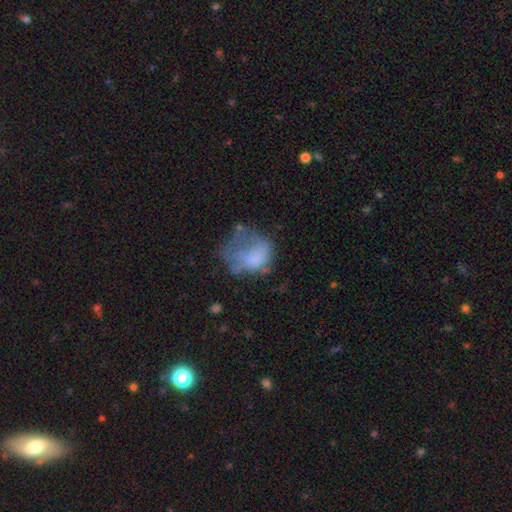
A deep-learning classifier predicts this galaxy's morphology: A smooth galaxy with no disk features (57%) that is round (52%). Merging: major disturbance (43%).